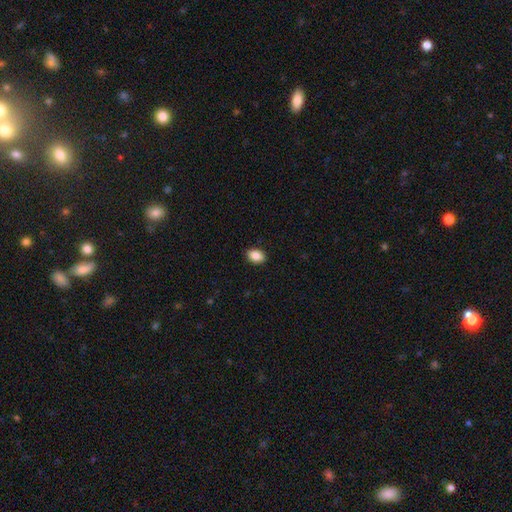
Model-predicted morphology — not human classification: smooth 88%, star or artifact 8%, featured or disk 4%. Down the decision tree: how rounded — in between (82%); merging — none (90%).